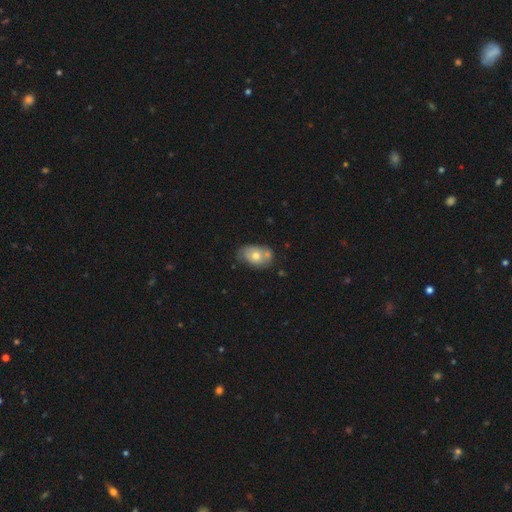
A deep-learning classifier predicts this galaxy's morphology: Smooth or featured: smooth — 63% (featured or disk — 30%)
How rounded: in between — 82% (round — 16%)
Merging: none — 50% (merger — 23%)